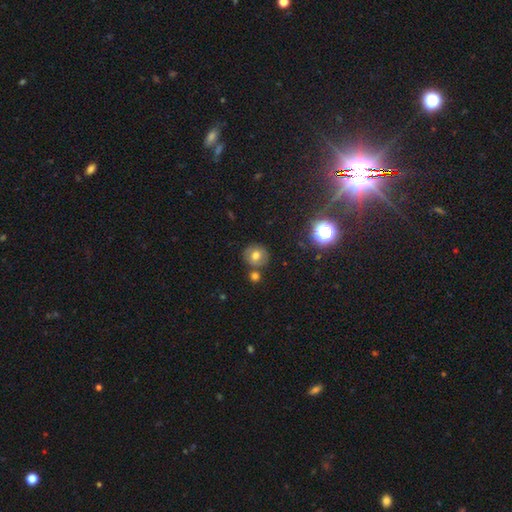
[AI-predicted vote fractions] A smooth galaxy with no disk features (68%) that is round (90%). Merging: none (76%).